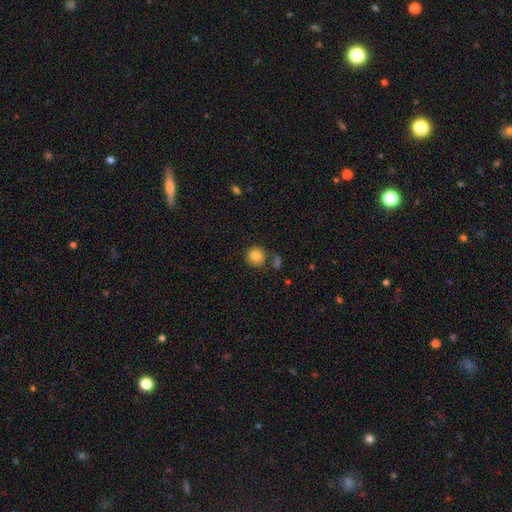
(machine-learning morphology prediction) smooth_or_featured: smooth (p=0.83) [alt: star or artifact p=0.09]
how_rounded: round (p=0.90) [alt: in between p=0.09]
merging: none (p=0.76) [alt: minor disturbance p=0.11]